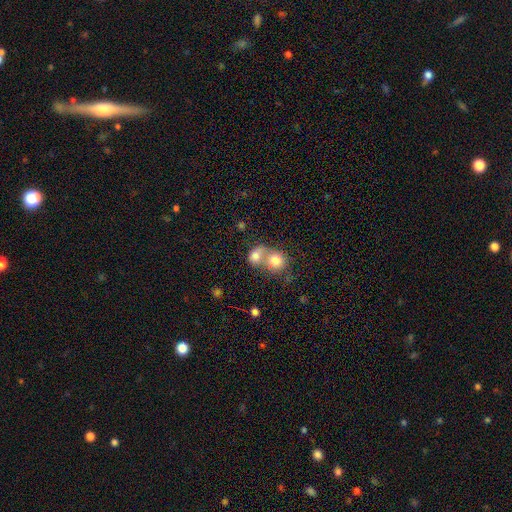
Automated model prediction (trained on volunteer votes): smooth-or-featured: smooth: 77% | featured or disk: 13% | star or artifact: 10%
  how-rounded: round: 58% | in between: 40% | cigar-shaped: 1%
  merging: merger: 70% | none: 20% | minor disturbance: 6% | major disturbance: 4%